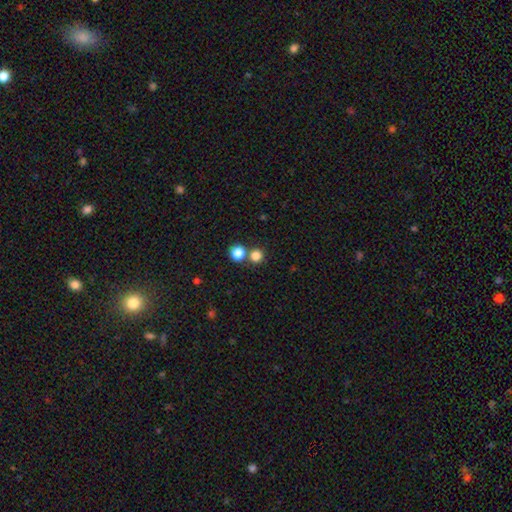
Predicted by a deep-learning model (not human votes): Smooth or featured? Predicted: smooth (p=0.80). How rounded? Predicted: round (p=0.93). Merging? Predicted: none (p=0.71).